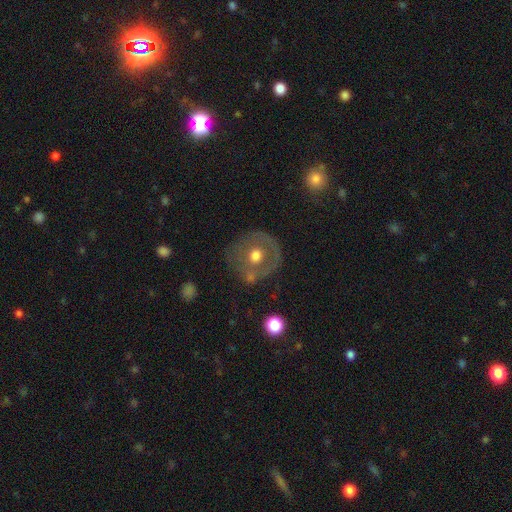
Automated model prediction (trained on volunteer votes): A smooth galaxy with no disk features (47%). Merging: none (68%).